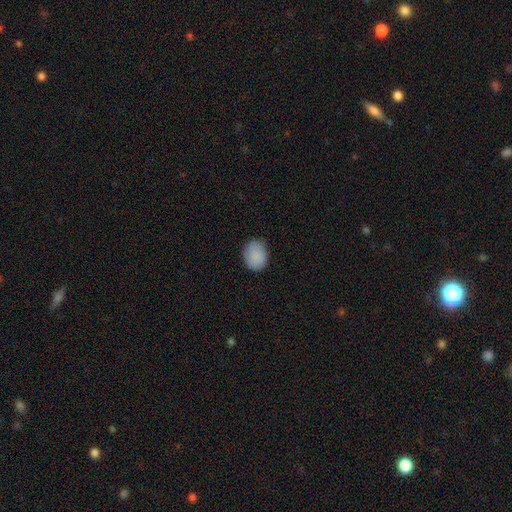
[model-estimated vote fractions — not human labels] Smooth or featured: smooth — 88% (star or artifact — 7%)
How rounded: in between — 50% (round — 49%)
Merging: none — 82% (minor disturbance — 15%)